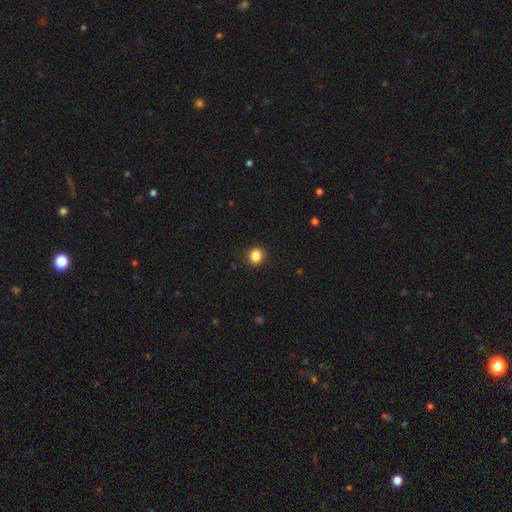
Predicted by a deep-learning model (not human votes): The model was most divided on "how rounded": round: 75%, in between: 24%, cigar-shaped: 1%. More confident: merging — none (89%); smooth or featured — smooth (85%).